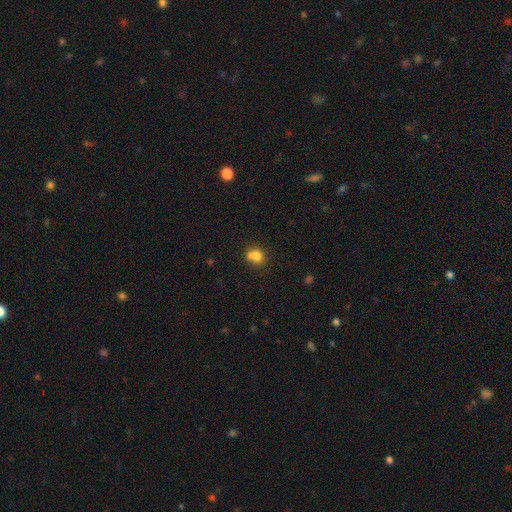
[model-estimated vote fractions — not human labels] Smooth or featured? Predicted: smooth (p=0.76). How rounded? Predicted: round (p=0.66). Merging? Predicted: none (p=0.42).